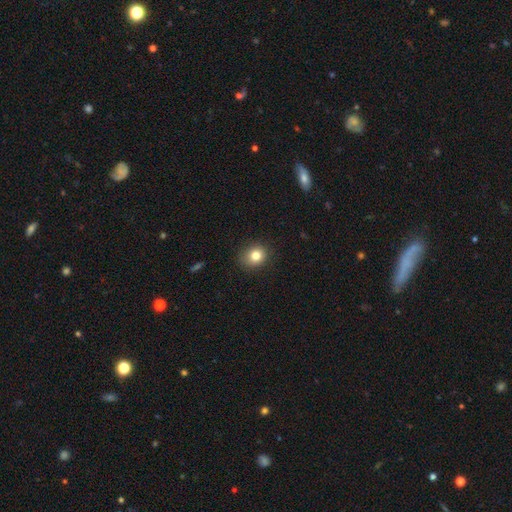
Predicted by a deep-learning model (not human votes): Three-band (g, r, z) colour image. It shows a smooth galaxy with no disk features (81%) that is round (70%). Merging: none (86%).